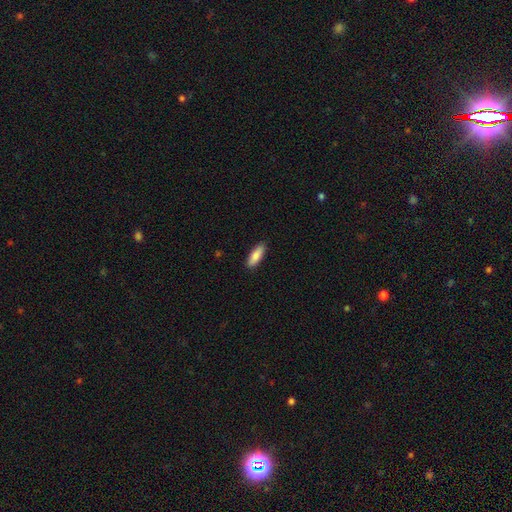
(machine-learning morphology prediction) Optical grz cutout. It shows a smooth galaxy with no disk features (85%) that is in between round and cigar-shaped (59%). Merging: none (89%).